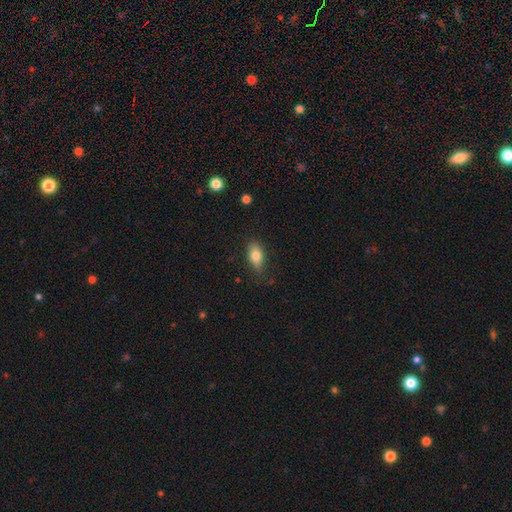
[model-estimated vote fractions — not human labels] This is likely a smooth galaxy (80%). How rounded: clearly in between (87%). Merging: likely none (78%).